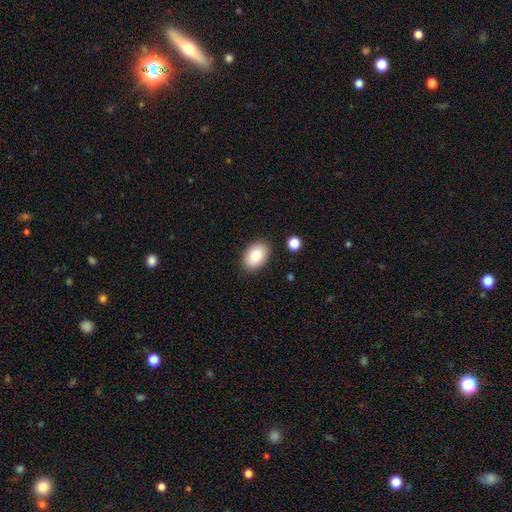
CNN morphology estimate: Q: Smooth or featured?
A: smooth (87%); runner-up: star or artifact (7%)
Q: How rounded?
A: in between (88%); runner-up: round (11%)
Q: Merging?
A: none (86%); runner-up: minor disturbance (10%)